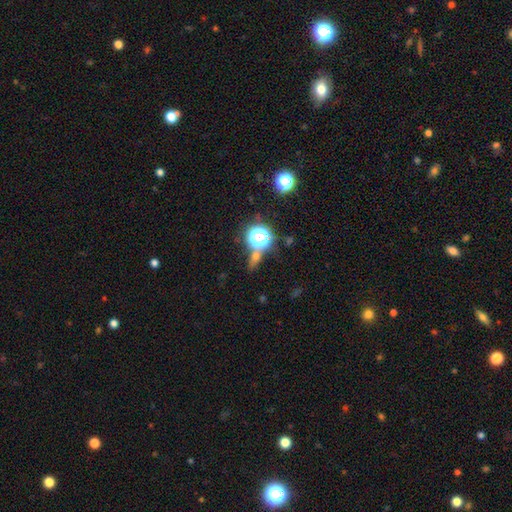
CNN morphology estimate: Q: Smooth or featured?
A: smooth (46%); runner-up: star or artifact (42%)
Q: Merging?
A: none (63%); runner-up: merger (17%)